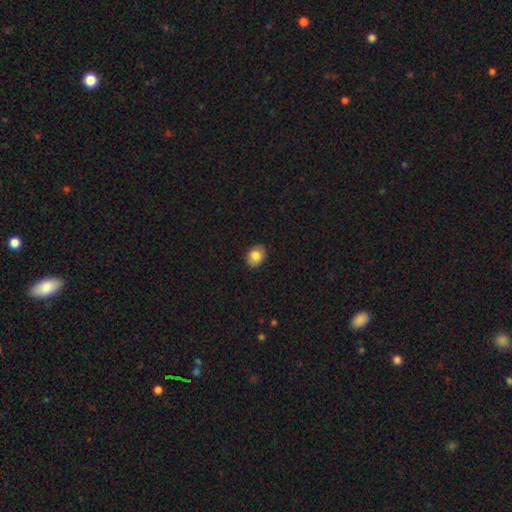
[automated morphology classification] smooth 83%, featured or disk 9%, star or artifact 8%. Down the decision tree: how rounded — in between (61%); merging — none (88%).